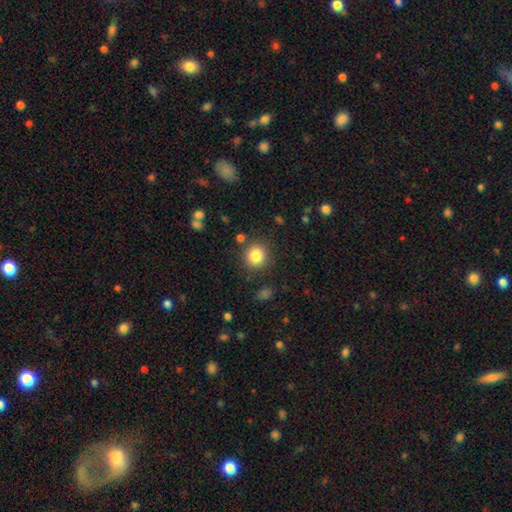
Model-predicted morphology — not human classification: Q: Smooth or featured?
A: smooth (83%); runner-up: star or artifact (11%)
Q: How rounded?
A: round (89%); runner-up: in between (10%)
Q: Merging?
A: none (86%); runner-up: minor disturbance (8%)